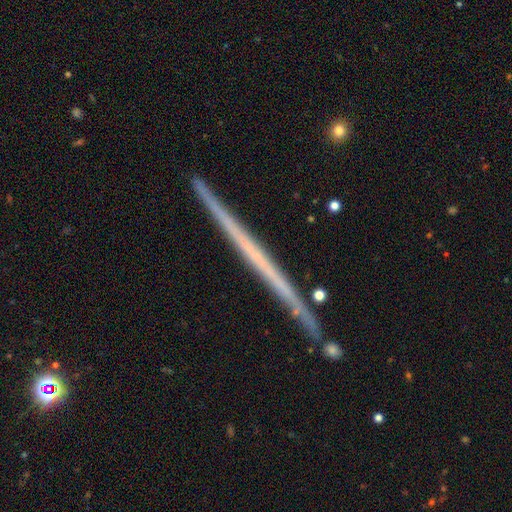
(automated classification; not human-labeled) Smooth or featured? featured or disk (68%)
Edge-on disk? yes (98%)
Edge-on bulge? none (92%)
Merging? none (91%)